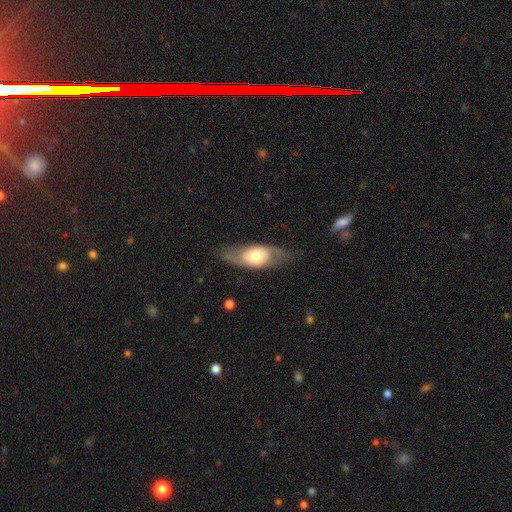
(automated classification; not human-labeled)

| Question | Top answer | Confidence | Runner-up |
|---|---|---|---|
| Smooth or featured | featured or disk | 58% | smooth (36%) |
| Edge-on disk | no | 77% | yes (23%) |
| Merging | none | 73% | minor disturbance (17%) |